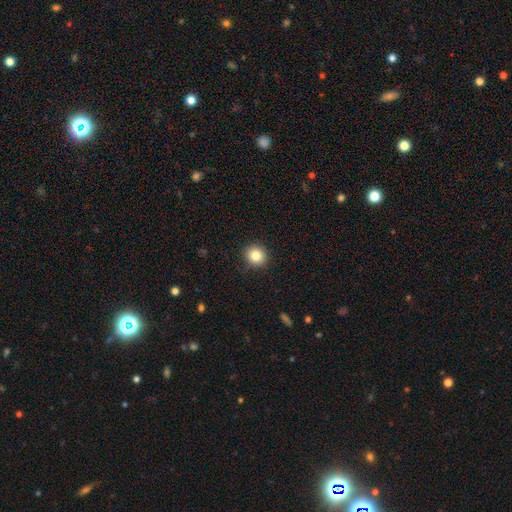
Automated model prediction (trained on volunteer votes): The model was most divided on "smooth or featured": smooth: 83%, star or artifact: 10%, featured or disk: 6%. More confident: how rounded — round (90%); merging — none (90%).